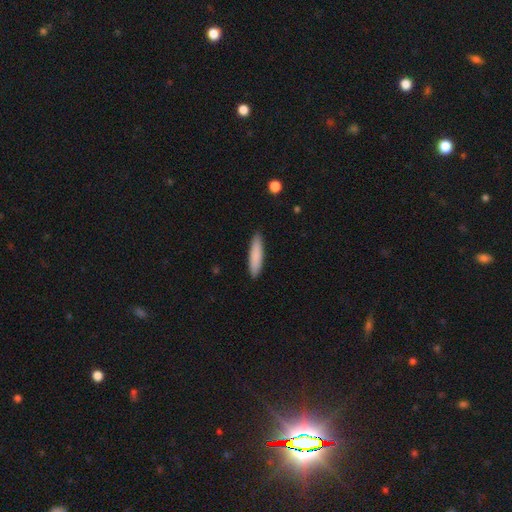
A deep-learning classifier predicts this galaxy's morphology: Smooth or featured?
  - smooth: 85% *
  - featured or disk: 9%
  - star or artifact: 6%
How rounded?
  - cigar-shaped: 82% *
  - in between: 17%
  - round: 1%
Merging?
  - none: 90% *
  - minor disturbance: 8%
  - major disturbance: 1%
  - merger: 1%